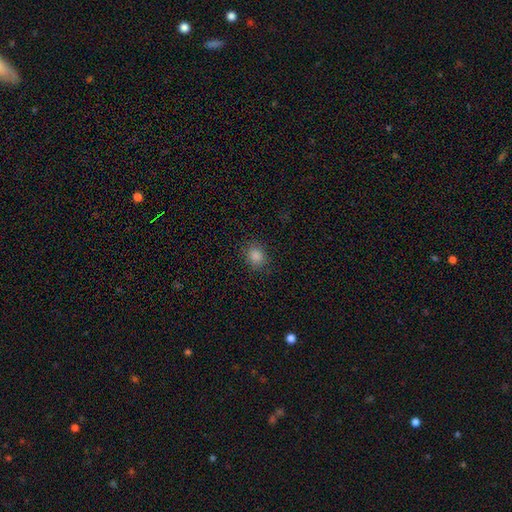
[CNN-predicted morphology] Smooth or featured? Predicted: smooth (p=0.82). How rounded? Predicted: round (p=0.64). Merging? Predicted: none (p=0.88).